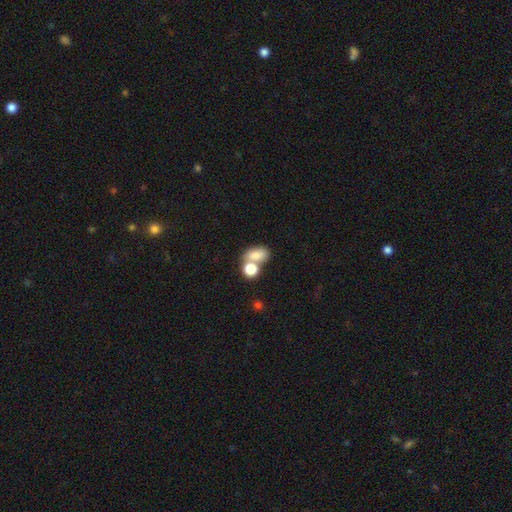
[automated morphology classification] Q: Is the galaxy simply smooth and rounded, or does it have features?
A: smooth — 78%.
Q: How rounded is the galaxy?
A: in between — 78%.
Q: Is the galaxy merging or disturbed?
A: merger — 47%.